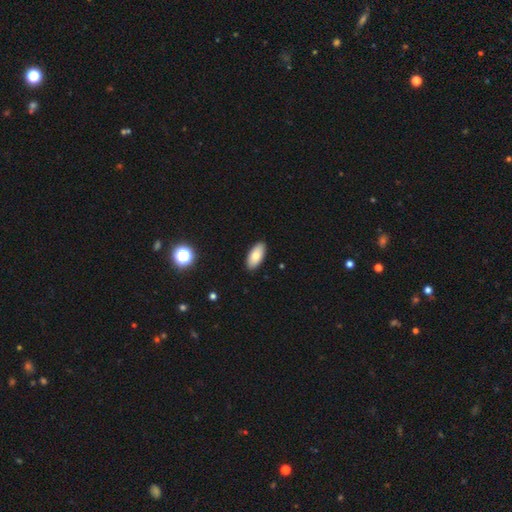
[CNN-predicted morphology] Q: Smooth or featured?
A: smooth (80%); runner-up: featured or disk (13%)
Q: How rounded?
A: in between (90%); runner-up: cigar-shaped (8%)
Q: Merging?
A: none (90%); runner-up: minor disturbance (7%)